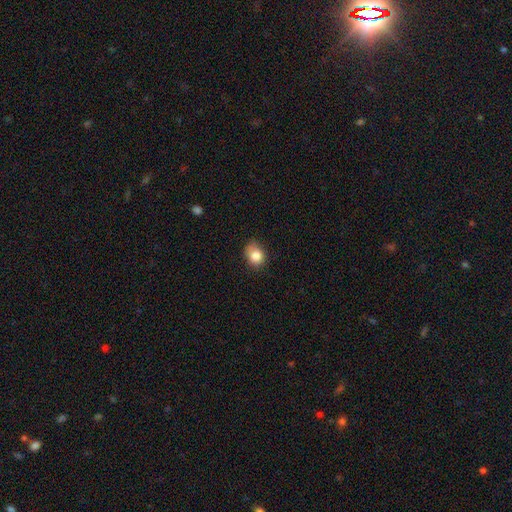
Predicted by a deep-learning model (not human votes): Smooth or featured?
  - smooth: 83% *
  - star or artifact: 10%
  - featured or disk: 8%
How rounded?
  - round: 56% *
  - in between: 43%
  - cigar-shaped: 1%
Merging?
  - none: 62% *
  - minor disturbance: 30%
  - major disturbance: 6%
  - merger: 2%